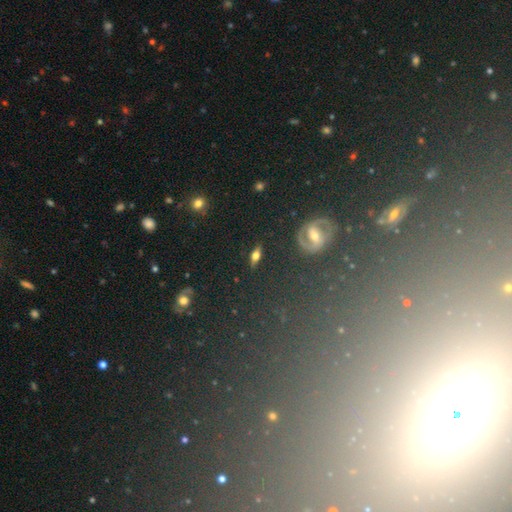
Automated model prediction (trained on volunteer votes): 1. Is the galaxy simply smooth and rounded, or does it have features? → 45% featured or disk, 44% smooth, 12% star or artifact.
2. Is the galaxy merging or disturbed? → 87% none, 8% minor disturbance, 3% major disturbance, 2% merger.